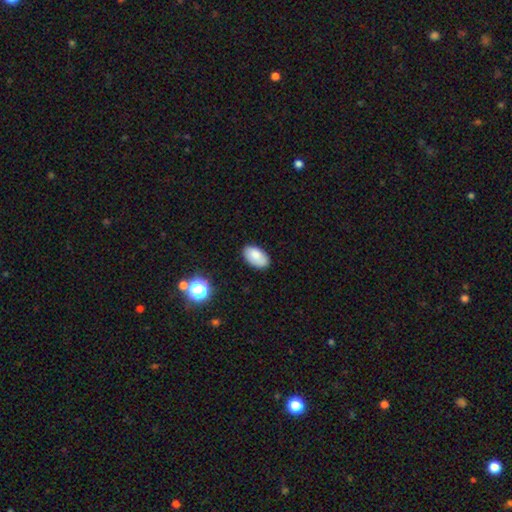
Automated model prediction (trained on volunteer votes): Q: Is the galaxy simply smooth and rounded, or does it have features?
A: smooth — 83%.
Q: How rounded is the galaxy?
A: in between — 94%.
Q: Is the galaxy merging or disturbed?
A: none — 84%.